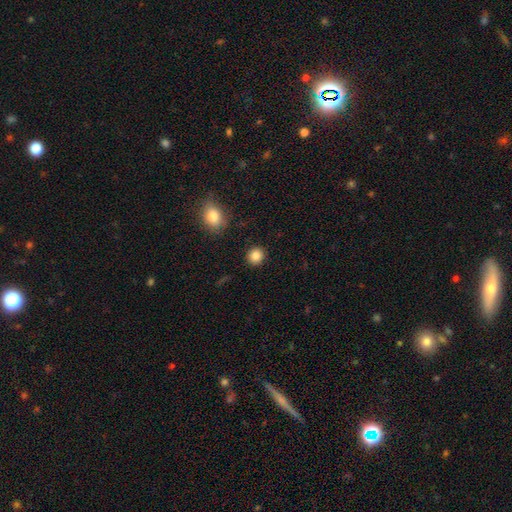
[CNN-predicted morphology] Overall: smooth (86%). How rounded: round (86%). Merging: none (91%).